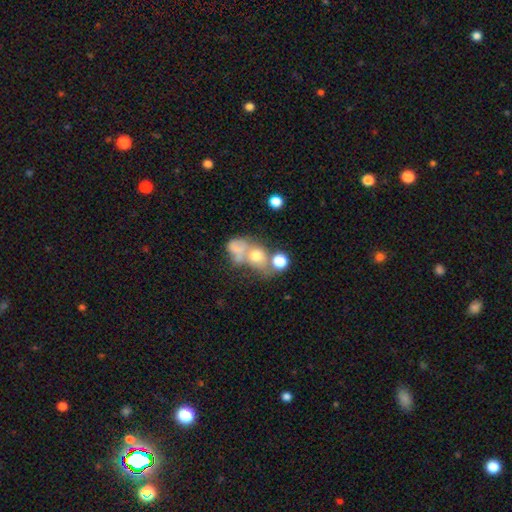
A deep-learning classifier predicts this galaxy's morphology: Q: Smooth or featured?
A: smooth (45%); runner-up: featured or disk (36%)
Q: Merging?
A: merger (51%); runner-up: none (23%)